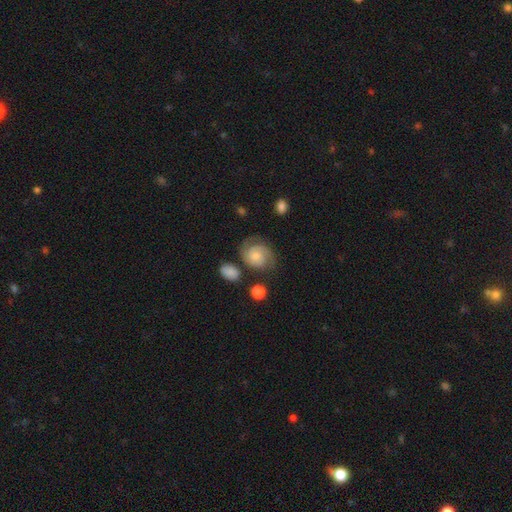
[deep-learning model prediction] Q: Smooth or featured?
A: featured or disk (71%); runner-up: smooth (22%)
Q: Edge-on disk?
A: no (98%); runner-up: yes (2%)
Q: Bar?
A: no (74%); runner-up: weak (23%)
Q: Spiral arms?
A: yes (94%); runner-up: no (6%)
Q: Spiral winding?
A: tight (49%); runner-up: medium (40%)
Q: Spiral arm count?
A: 2 (75%); runner-up: can't tell (10%)
Q: Bulge size?
A: small (49%); runner-up: moderate (37%)
Q: Merging?
A: none (66%); runner-up: minor disturbance (19%)